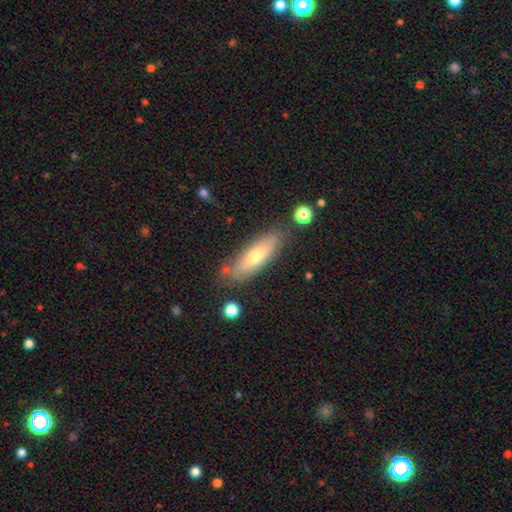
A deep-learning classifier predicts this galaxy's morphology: Smooth or featured? smooth (63%)
How rounded? cigar-shaped (53%)
Merging? none (77%)